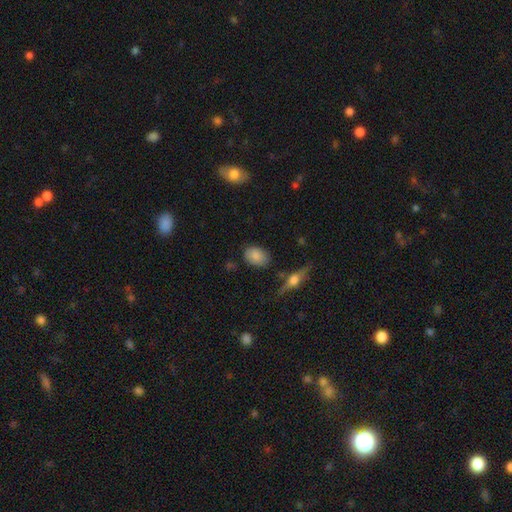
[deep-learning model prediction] smooth 82%, featured or disk 10%, star or artifact 8%. Down the decision tree: how rounded — in between (79%); merging — none (80%).